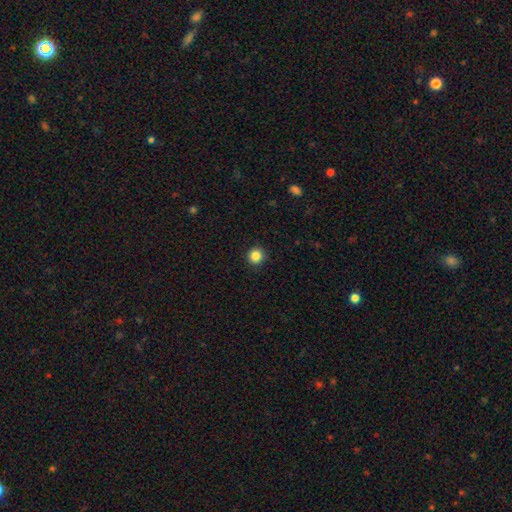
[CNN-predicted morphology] A smooth galaxy with no disk features (86%) that is round (94%). Merging: none (92%).